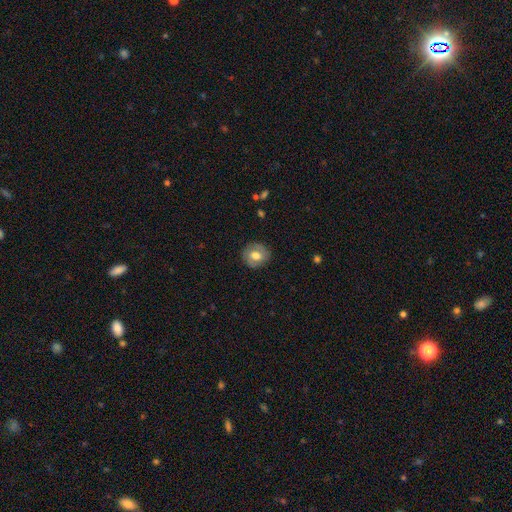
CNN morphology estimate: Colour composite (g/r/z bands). It shows a smooth galaxy with no disk features (58%) that is round (79%). Merging: none (84%).